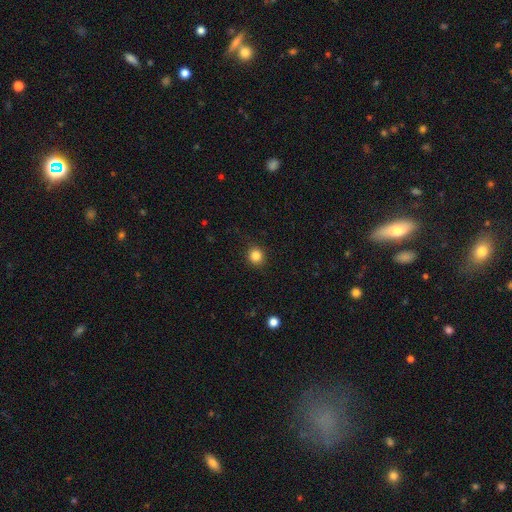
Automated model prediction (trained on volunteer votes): Smooth or featured?
  - smooth: 85% *
  - star or artifact: 11%
  - featured or disk: 4%
How rounded?
  - round: 89% *
  - in between: 10%
  - cigar-shaped: 1%
Merging?
  - none: 90% *
  - minor disturbance: 7%
  - major disturbance: 2%
  - merger: 1%